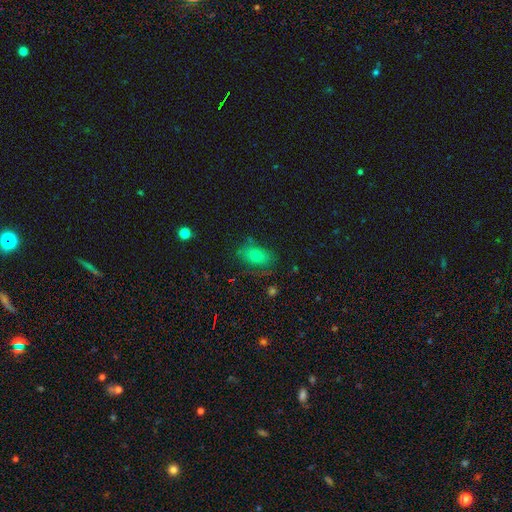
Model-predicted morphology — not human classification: A smooth galaxy with no disk features (67%) that is in between round and cigar-shaped (77%). Merging: none (65%).